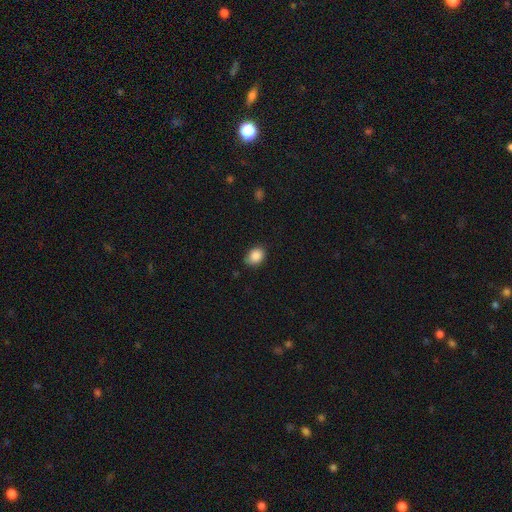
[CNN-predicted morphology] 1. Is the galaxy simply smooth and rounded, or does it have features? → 88% smooth, 8% star or artifact, 4% featured or disk.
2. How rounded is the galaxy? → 62% in between, 37% round, 1% cigar-shaped.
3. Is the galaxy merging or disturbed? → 74% none, 22% minor disturbance, 3% major disturbance, 1% merger.